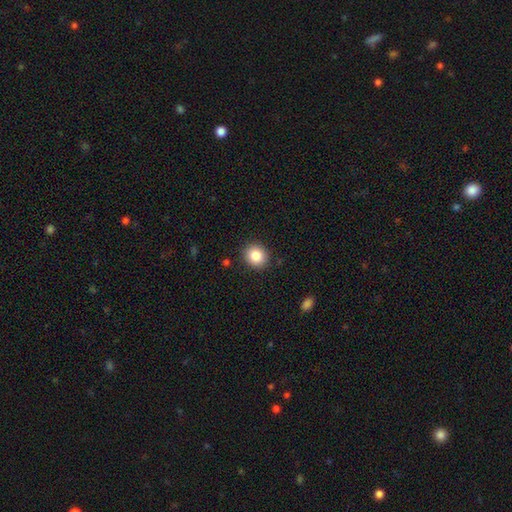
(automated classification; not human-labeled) Overall: smooth (85%). How rounded: round (80%). Merging: none (89%).